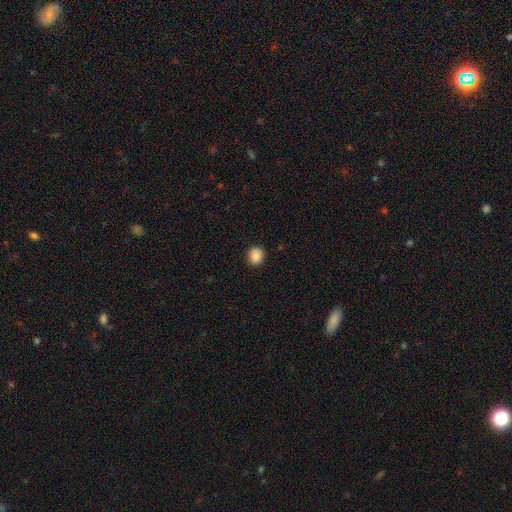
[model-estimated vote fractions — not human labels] Q: Smooth or featured?
A: smooth (86%); runner-up: star or artifact (9%)
Q: How rounded?
A: round (82%); runner-up: in between (17%)
Q: Merging?
A: none (91%); runner-up: minor disturbance (7%)